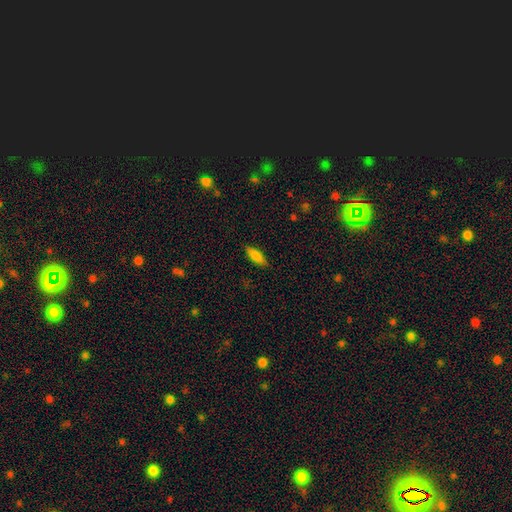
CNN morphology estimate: This is clearly a smooth galaxy (82%). How rounded: likely in between (68%). Merging: clearly none (85%).